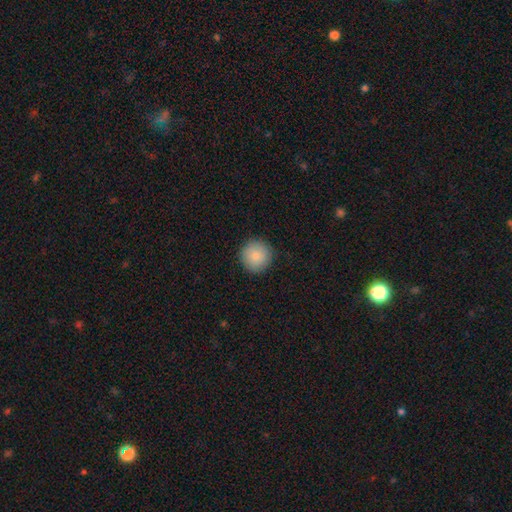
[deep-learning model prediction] smooth_or_featured: smooth (p=0.86) [alt: star or artifact p=0.07]
how_rounded: round (p=0.96) [alt: in between p=0.03]
merging: none (p=0.90) [alt: minor disturbance p=0.07]